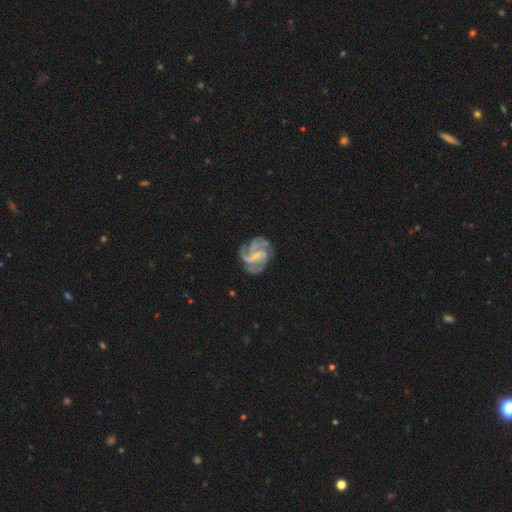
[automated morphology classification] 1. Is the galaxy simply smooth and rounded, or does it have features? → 89% featured or disk, 6% smooth, 5% star or artifact.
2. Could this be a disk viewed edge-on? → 98% no, 2% yes.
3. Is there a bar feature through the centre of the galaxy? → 47% weak, 35% no, 18% strong.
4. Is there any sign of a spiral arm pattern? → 98% yes, 2% no.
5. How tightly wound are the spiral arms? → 50% medium, 38% tight, 12% loose.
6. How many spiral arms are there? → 44% 3, 27% 4, 10% 2, 9% can't tell, 5% more than 4, 5% 1.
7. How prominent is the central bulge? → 68% small, 19% moderate, 10% none, 1% large, 1% dominant.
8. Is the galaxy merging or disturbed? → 69% none, 18% minor disturbance, 11% major disturbance, 2% merger.